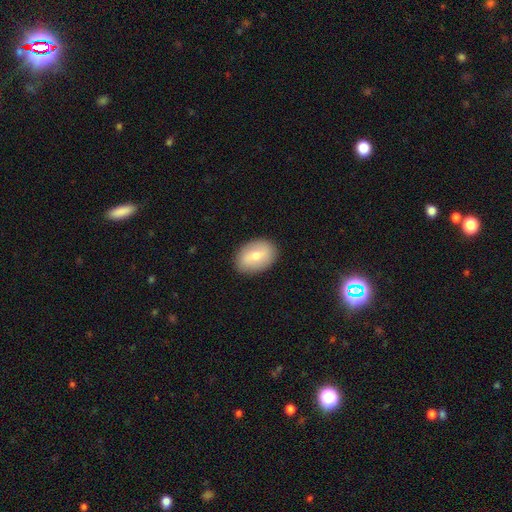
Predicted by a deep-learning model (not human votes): Overall: smooth (63%; featured or disk 31%). How rounded: in between (79%). Merging: none (88%).